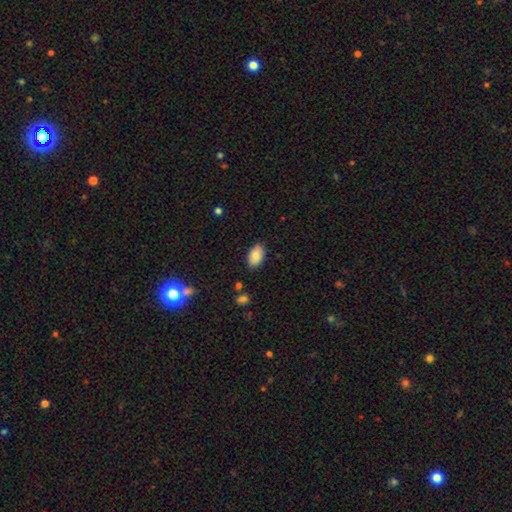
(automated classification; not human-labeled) Smooth or featured: smooth — 82% (featured or disk — 10%)
How rounded: in between — 92% (round — 7%)
Merging: none — 83% (minor disturbance — 13%)